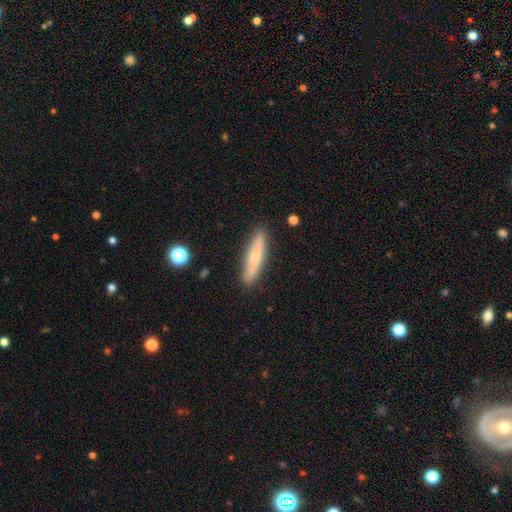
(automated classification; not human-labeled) Morphology: type=smooth (61%); roundness=cigar-shaped (83%); merging=none (85%).